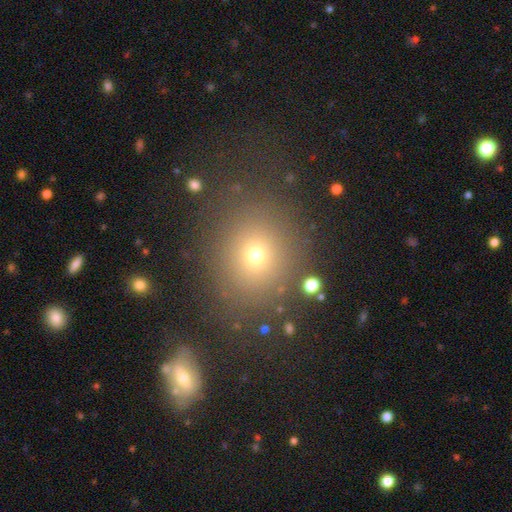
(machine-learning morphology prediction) Smooth or featured: smooth — 68% (star or artifact — 21%)
How rounded: round — 76% (in between — 22%)
Merging: none — 81% (minor disturbance — 10%)